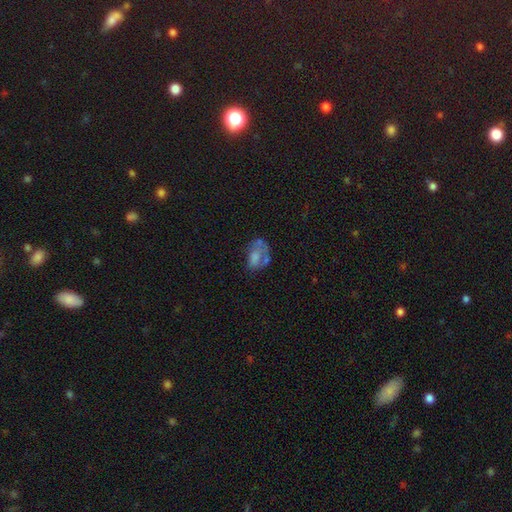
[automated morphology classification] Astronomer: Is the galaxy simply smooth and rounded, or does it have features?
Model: smooth — 51% (runner-up: featured or disk, 37%).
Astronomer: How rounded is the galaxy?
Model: in between — 78%.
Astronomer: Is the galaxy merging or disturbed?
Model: none — 34% (runner-up: major disturbance, 30%).